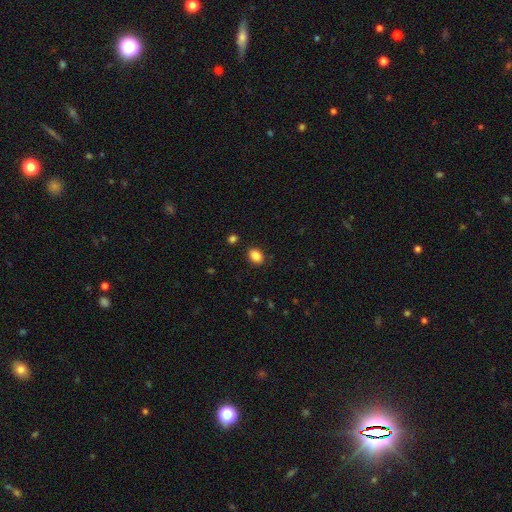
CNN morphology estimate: type=smooth (87%); roundness=in between (74%); merging=none (86%).